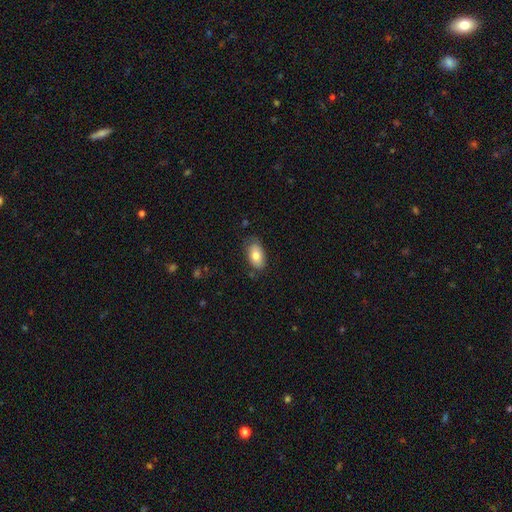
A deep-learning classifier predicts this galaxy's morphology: type=smooth (77%); roundness=in between (93%); merging=none (74%).